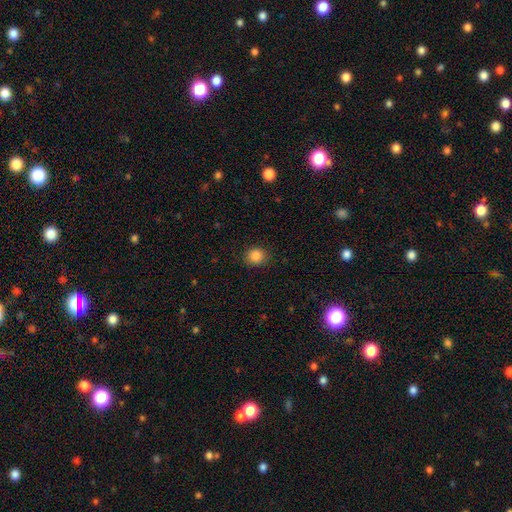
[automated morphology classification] Smooth or featured? Predicted: smooth (p=0.86). How rounded? Predicted: round (p=0.82). Merging? Predicted: none (p=0.88).